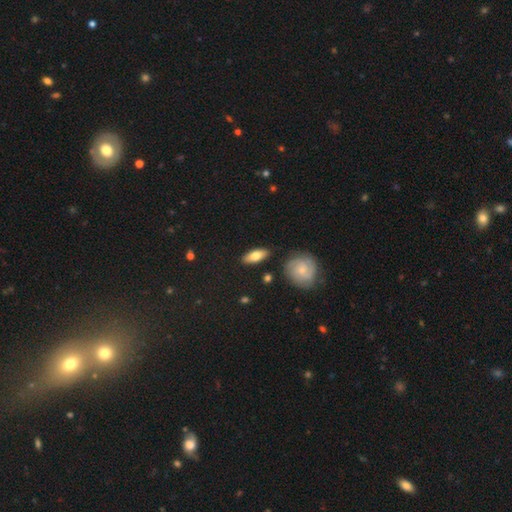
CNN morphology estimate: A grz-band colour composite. It shows a smooth galaxy with no disk features (69%) that is in between round and cigar-shaped (75%). Merging: none (86%).